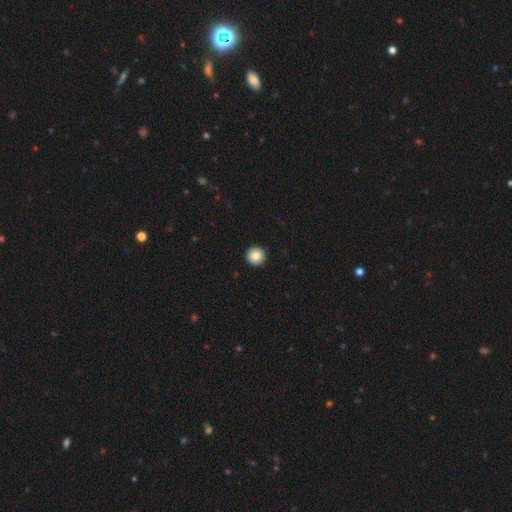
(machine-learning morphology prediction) Smooth or featured: smooth — 82% (featured or disk — 10%)
How rounded: round — 96% (in between — 3%)
Merging: none — 93% (minor disturbance — 4%)